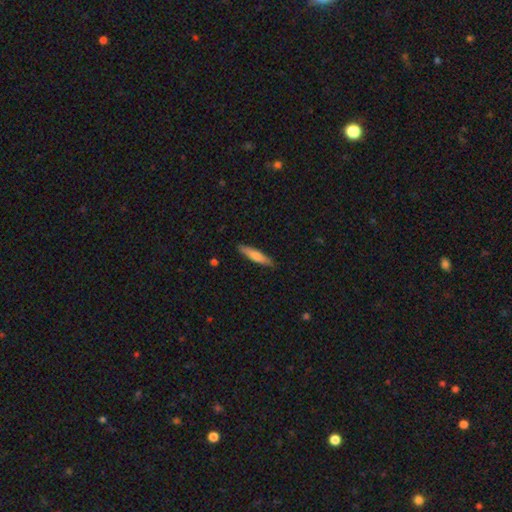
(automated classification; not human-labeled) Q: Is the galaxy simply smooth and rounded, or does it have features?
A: smooth — 65%.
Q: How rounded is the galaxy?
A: cigar-shaped — 85%.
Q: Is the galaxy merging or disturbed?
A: none — 88%.